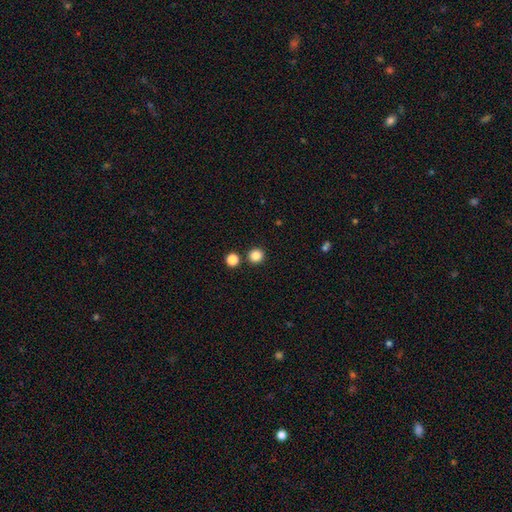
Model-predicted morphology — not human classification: smooth 85%, star or artifact 12%, featured or disk 3%. Down the decision tree: how rounded — round (94%); merging — none (88%).